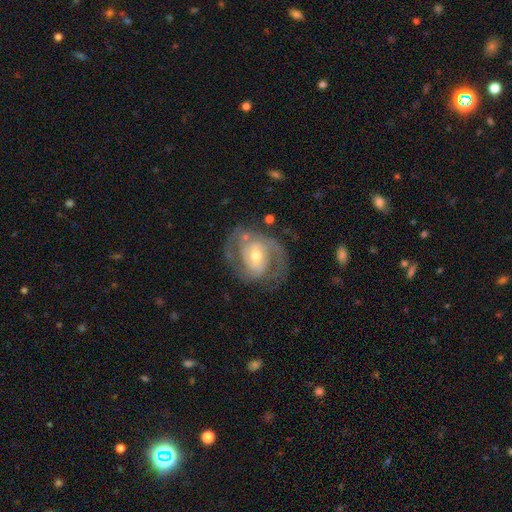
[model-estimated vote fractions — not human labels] A featured or disk galaxy (86%) with a weak bar (42%, tied with no), 2 (74%) medium (44%, tied with tight) spiral arms (94%) and a moderate central bulge (61%).

Vote fractions:
- Smooth or featured? featured or disk: 86% / smooth: 9% / star or artifact: 5%
- Edge-on disk? no: 97% / yes: 3%
- Bar? weak: 42% (tied) / no: 42% (tied) / strong: 16%
- Spiral arms? yes: 94% / no: 6%
- Spiral winding? medium: 44% (tied) / tight: 44% (tied) / loose: 12%
- Spiral arm count? 2: 74% / can't tell: 11% / 3: 8% / 1: 4% / 4: 2% / more than 4: 2%
- Bulge size? moderate: 61% / small: 32% / large: 5% / none: 1% / dominant: 1%
- Merging? none: 70% / minor disturbance: 17% / major disturbance: 11% / merger: 2%